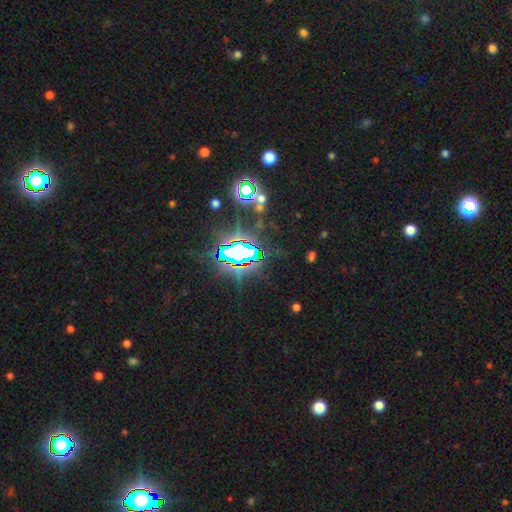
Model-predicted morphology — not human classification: Overall: star or artifact (79%).